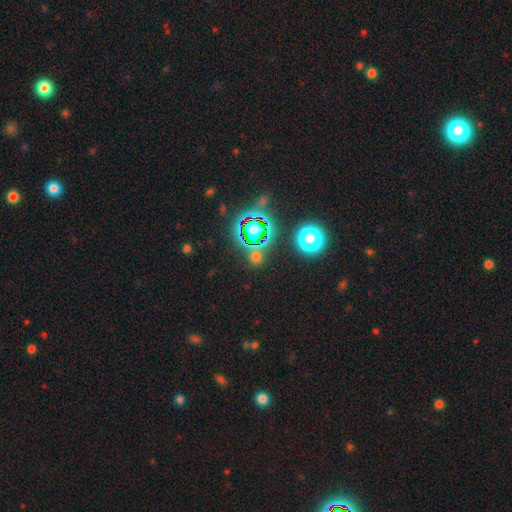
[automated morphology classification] Smooth or featured?
  - star or artifact: 51% *
  - smooth: 42%
  - featured or disk: 8%